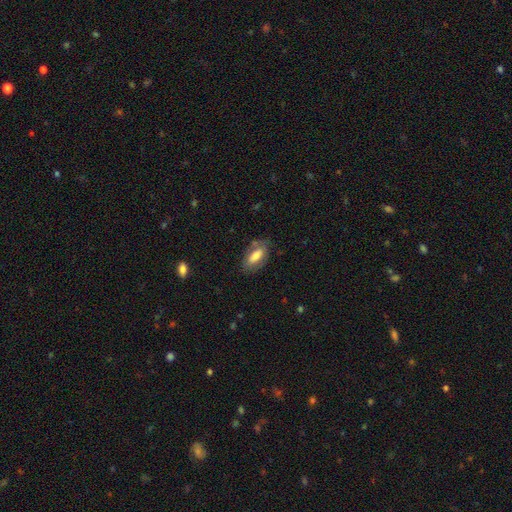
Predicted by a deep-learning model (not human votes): Overall: smooth (65%; featured or disk 28%). How rounded: in between (87%). Merging: none (71%).